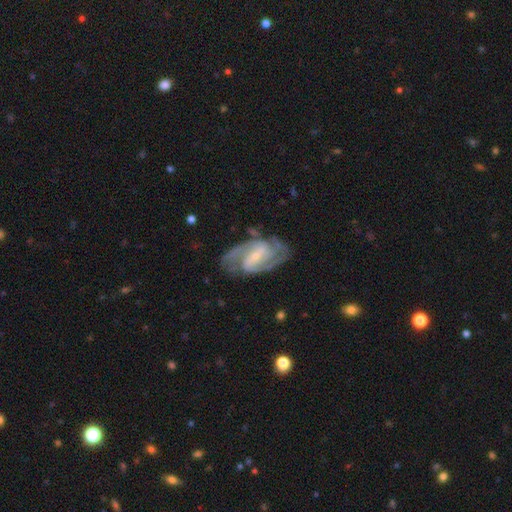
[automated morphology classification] A featured or disk galaxy (89%) with a strong bar (46%), 2 (65%) medium (51%) spiral arms (97%) and a small central bulge (73%). Merging: none (72%).